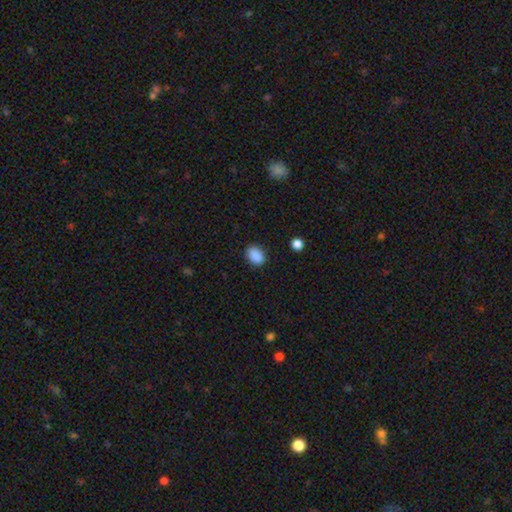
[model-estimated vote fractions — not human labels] This is clearly a smooth galaxy (88%). How rounded: likely in between (75%). Merging: clearly none (85%).